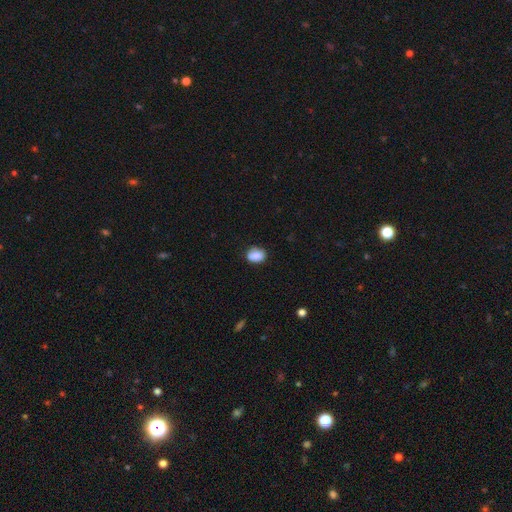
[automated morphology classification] smooth 84%, star or artifact 8%, featured or disk 8%. Down the decision tree: how rounded — in between (66%); merging — none (73%).